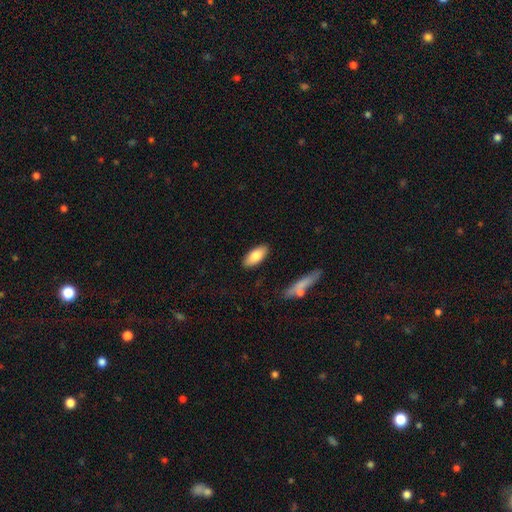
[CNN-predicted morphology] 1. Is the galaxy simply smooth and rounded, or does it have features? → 81% smooth, 13% featured or disk, 6% star or artifact.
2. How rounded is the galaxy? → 85% in between, 13% cigar-shaped, 2% round.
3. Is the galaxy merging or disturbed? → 88% none, 9% minor disturbance, 2% major disturbance, 2% merger.